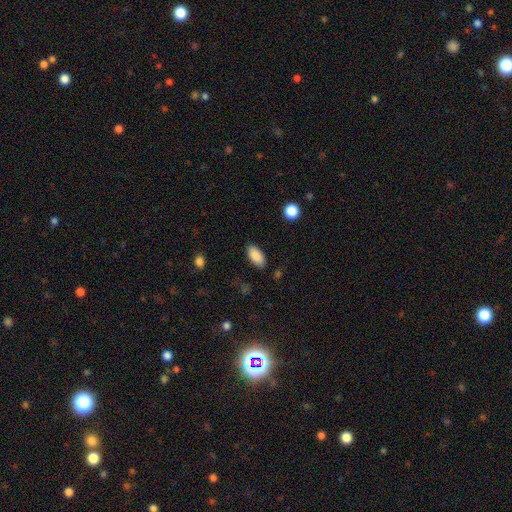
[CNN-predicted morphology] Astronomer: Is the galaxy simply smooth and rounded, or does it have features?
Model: smooth — 88%.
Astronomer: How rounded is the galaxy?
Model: in between — 93%.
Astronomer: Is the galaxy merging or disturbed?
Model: none — 86%.